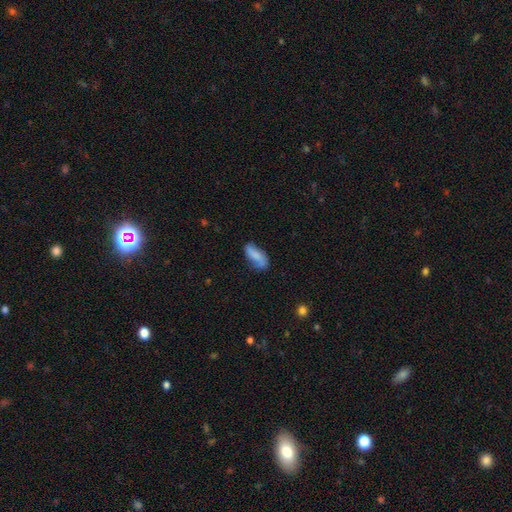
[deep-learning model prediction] A smooth galaxy with no disk features (68%) that is in between round and cigar-shaped (79%).

Vote fractions:
- Smooth or featured? smooth: 68% / featured or disk: 24% / star or artifact: 8%
- How rounded? in between: 79% / cigar-shaped: 18% / round: 3%
- Merging? none: 55% / minor disturbance: 30% / major disturbance: 11% / merger: 4%